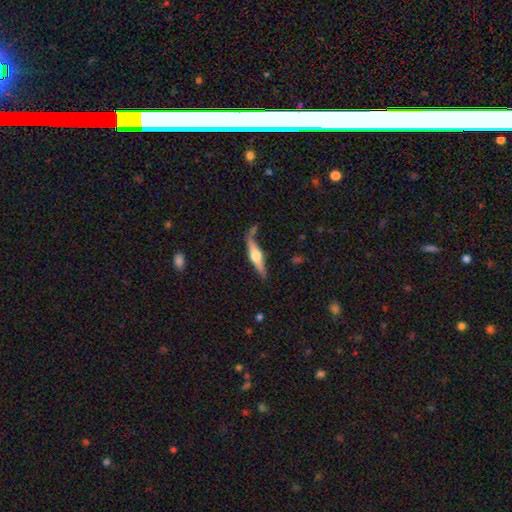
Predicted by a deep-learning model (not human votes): This is likely a featured or disk galaxy (66%). It is clearly viewed edge-on (94%). Edge-on bulge: clearly rounded (93%). Merging: likely none (64%).